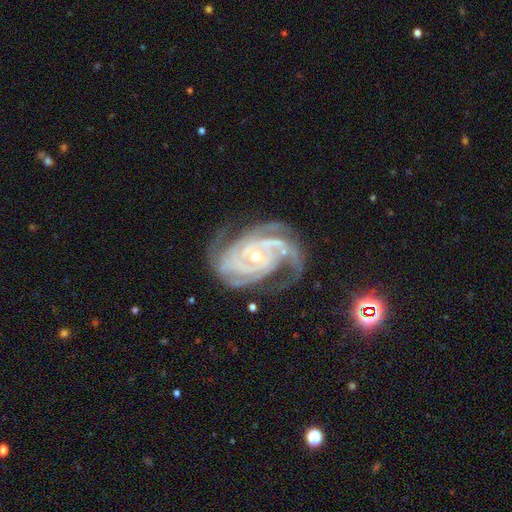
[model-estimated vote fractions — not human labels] Morphology: type=featured or disk (92%); edge-on=no (98%); bar=no (60%); spiral arms=yes (98%); winding=tight (64%); arm count=3 (38%); bulge=small (60%); merging=none (61%).